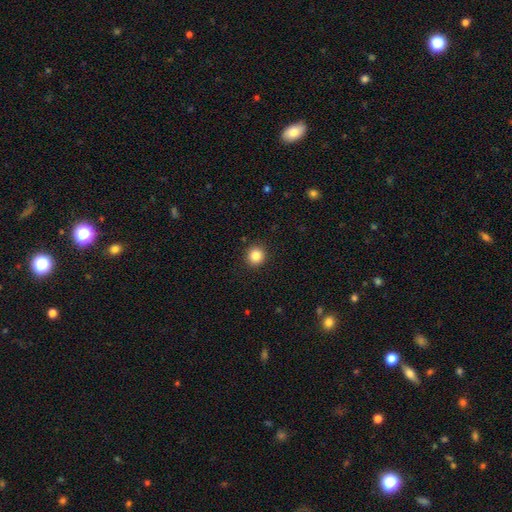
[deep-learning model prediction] Smooth or featured? smooth (85%)
How rounded? round (93%)
Merging? none (92%)